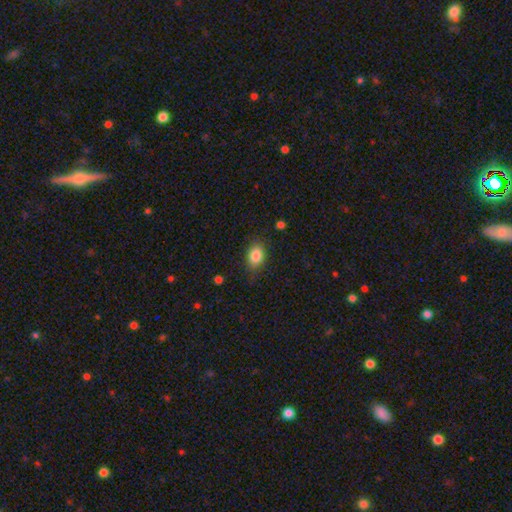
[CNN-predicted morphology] The model was most divided on "how rounded": in between: 76%, round: 23%, cigar-shaped: 1%. More confident: smooth or featured — smooth (85%); merging — none (80%).